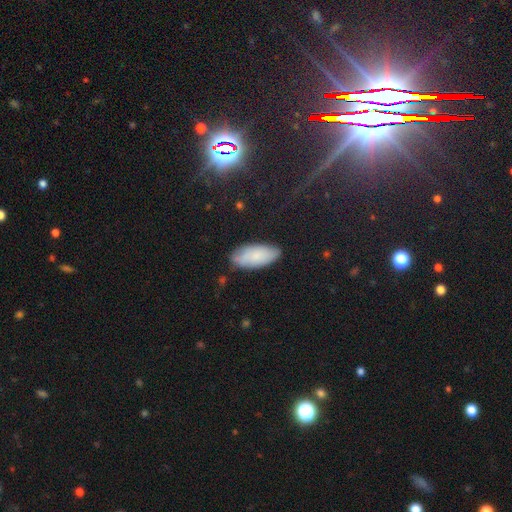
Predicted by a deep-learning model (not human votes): smooth-or-featured: smooth: 76% | featured or disk: 15% | star or artifact: 8%
  how-rounded: in between: 90% | cigar-shaped: 8% | round: 2%
  merging: none: 77% | minor disturbance: 18% | major disturbance: 3% | merger: 2%